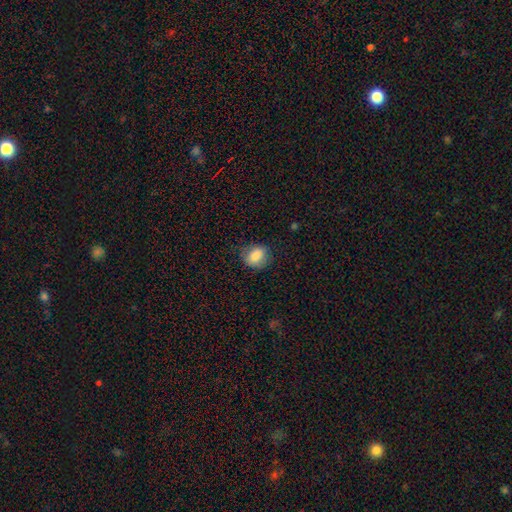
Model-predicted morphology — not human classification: smooth_or_featured: smooth (p=0.82) [alt: featured or disk p=0.09]
how_rounded: in between (p=0.53) [alt: round p=0.46]
merging: none (p=0.71) [alt: minor disturbance p=0.21]